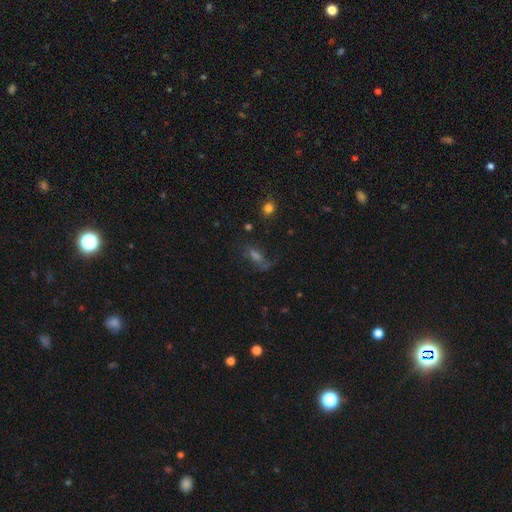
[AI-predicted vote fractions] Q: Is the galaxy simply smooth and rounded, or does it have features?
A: featured or disk — 40%.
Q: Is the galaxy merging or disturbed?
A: none — 53%.